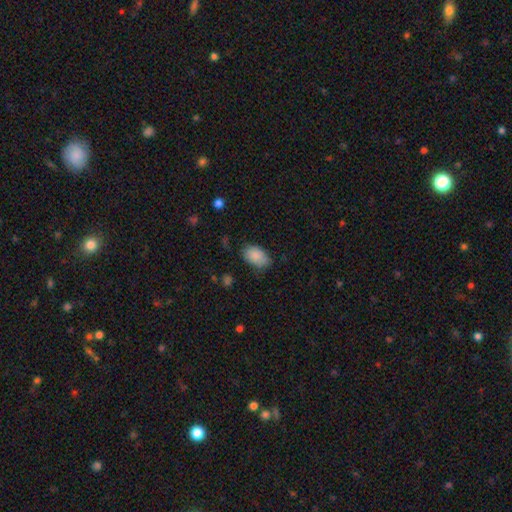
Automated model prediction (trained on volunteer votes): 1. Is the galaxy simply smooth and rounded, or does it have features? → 88% smooth, 7% star or artifact, 6% featured or disk.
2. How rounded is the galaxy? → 91% in between, 8% round, 1% cigar-shaped.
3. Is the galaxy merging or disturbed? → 75% none, 19% minor disturbance, 4% major disturbance, 1% merger.